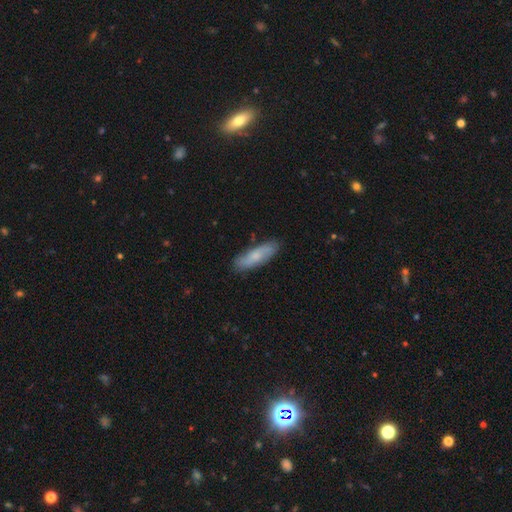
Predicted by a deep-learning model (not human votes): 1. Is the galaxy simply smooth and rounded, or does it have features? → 64% smooth, 30% featured or disk, 6% star or artifact.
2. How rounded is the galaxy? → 54% cigar-shaped, 44% in between, 2% round.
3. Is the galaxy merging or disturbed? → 84% none, 13% minor disturbance, 2% major disturbance, 1% merger.